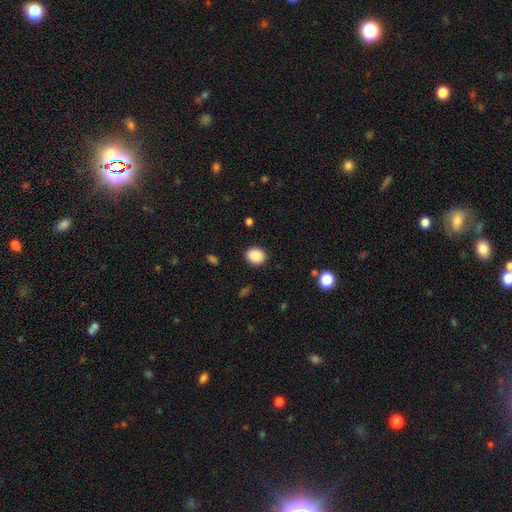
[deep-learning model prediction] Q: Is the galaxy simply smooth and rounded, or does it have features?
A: smooth — 88%.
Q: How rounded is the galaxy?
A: round — 62%.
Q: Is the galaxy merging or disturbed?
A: none — 89%.